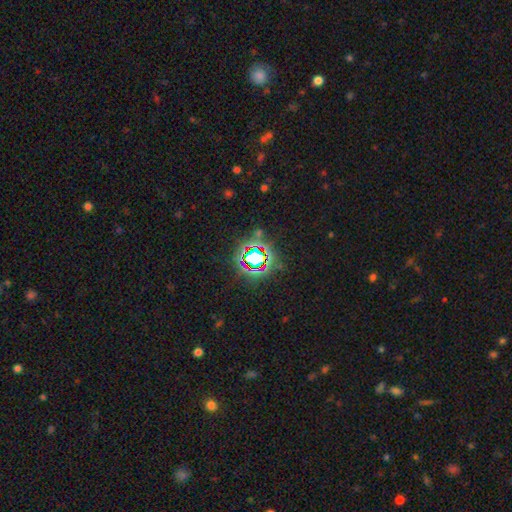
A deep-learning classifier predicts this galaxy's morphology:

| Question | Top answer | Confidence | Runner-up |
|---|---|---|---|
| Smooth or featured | star or artifact | 71% | smooth (18%) |